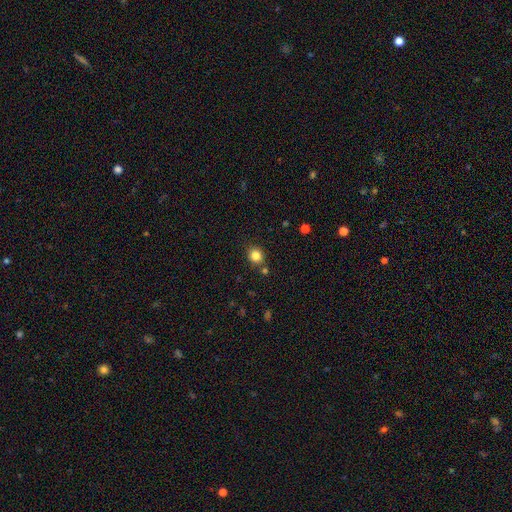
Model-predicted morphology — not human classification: A smooth galaxy with no disk features (83%) that is round (76%).

Vote fractions:
- Smooth or featured? smooth: 83% / star or artifact: 12% / featured or disk: 6%
- How rounded? round: 76% / in between: 23% / cigar-shaped: 1%
- Merging? none: 81% / minor disturbance: 10% / merger: 7% / major disturbance: 3%